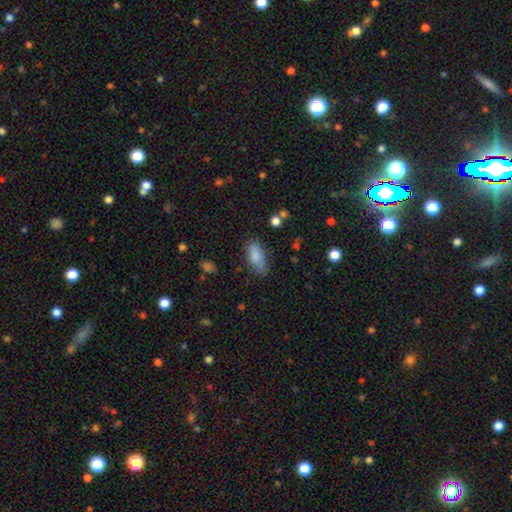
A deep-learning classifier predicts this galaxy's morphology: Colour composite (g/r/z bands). It shows a smooth galaxy with no disk features (82%) that is in between round and cigar-shaped (84%). Merging: none (70%).